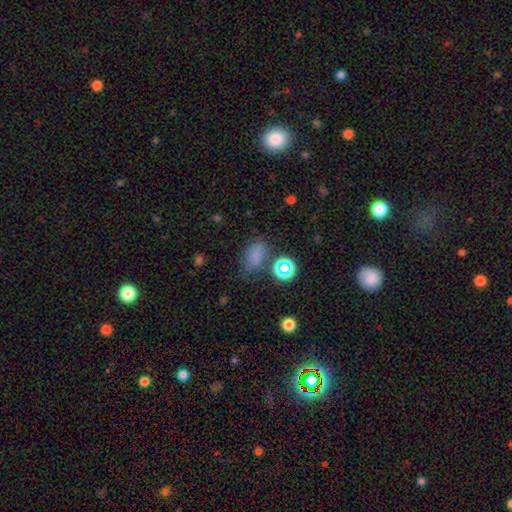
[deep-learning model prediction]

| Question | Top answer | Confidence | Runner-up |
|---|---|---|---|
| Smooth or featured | smooth | 70% | star or artifact (22%) |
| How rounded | in between | 79% | round (18%) |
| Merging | none | 63% | minor disturbance (22%) |